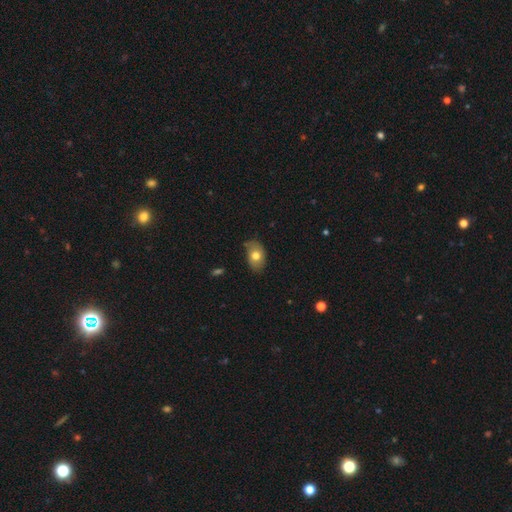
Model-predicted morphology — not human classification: This appears to be a smooth galaxy with no disk features (73%) that is in between round and cigar-shaped (85%). Merging: none (67%).